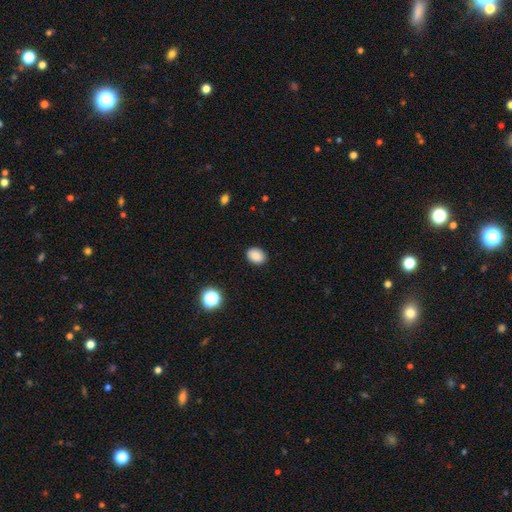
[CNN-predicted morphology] smooth-or-featured: smooth: 87% | star or artifact: 10% | featured or disk: 4%
  how-rounded: in between: 67% | round: 32% | cigar-shaped: 1%
  merging: none: 89% | minor disturbance: 8% | major disturbance: 2% | merger: 1%